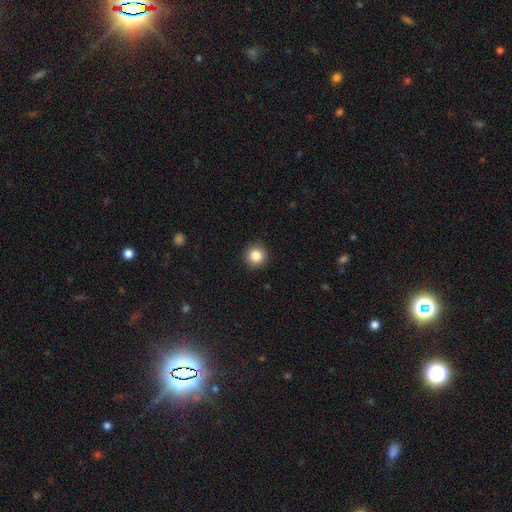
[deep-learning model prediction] A smooth galaxy with no disk features (85%) that is round (94%).

Vote fractions:
- Smooth or featured? smooth: 85% / star or artifact: 10% / featured or disk: 5%
- How rounded? round: 94% / in between: 5% / cigar-shaped: 1%
- Merging? none: 92% / minor disturbance: 5% / major disturbance: 2% / merger: 1%